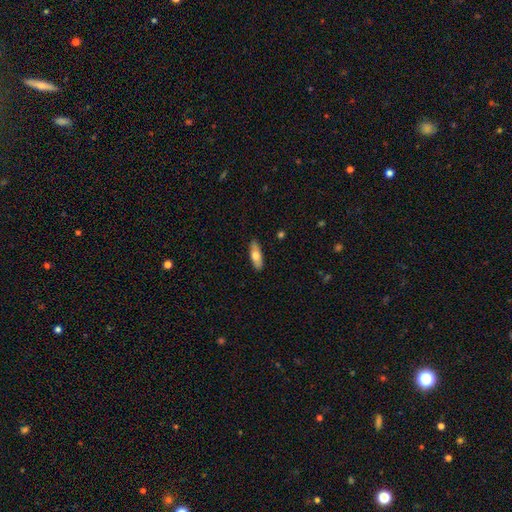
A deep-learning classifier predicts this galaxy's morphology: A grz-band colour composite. It shows a smooth galaxy with no disk features (68%) that is in between round and cigar-shaped (62%). Merging: none (87%).